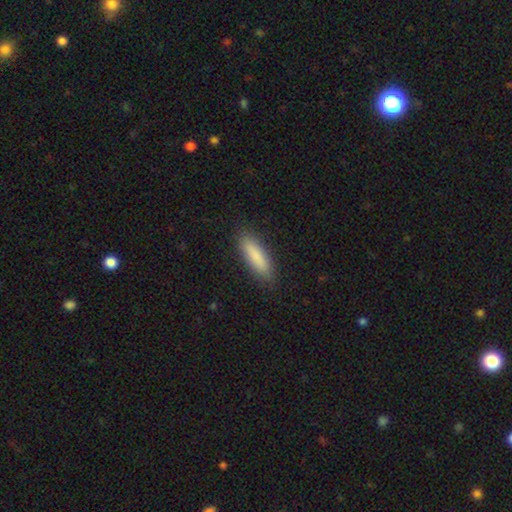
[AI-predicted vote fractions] The model was most divided on "how rounded": cigar-shaped: 66%, in between: 33%, round: 1%. More confident: merging — none (88%); smooth or featured — smooth (86%).